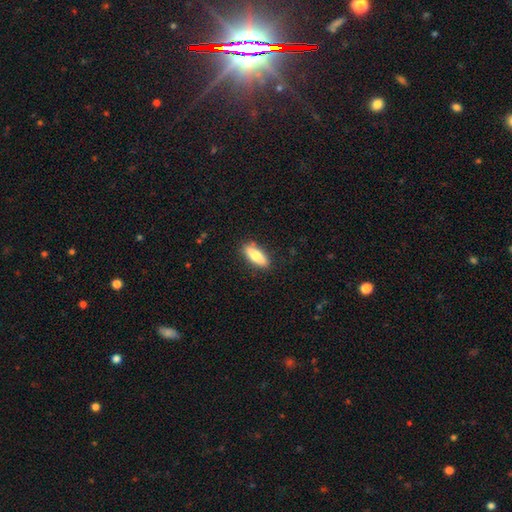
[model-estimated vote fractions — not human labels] smooth 73%, featured or disk 21%, star or artifact 6%. Down the decision tree: how rounded — in between (56%); merging — none (86%).